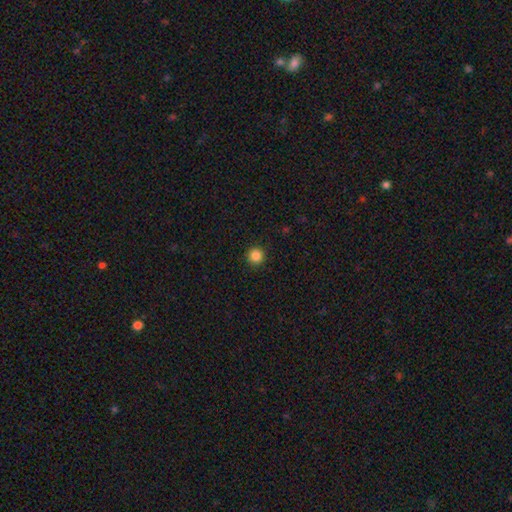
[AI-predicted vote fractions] smooth 86%, star or artifact 11%, featured or disk 3%. Down the decision tree: how rounded — round (96%); merging — none (93%).